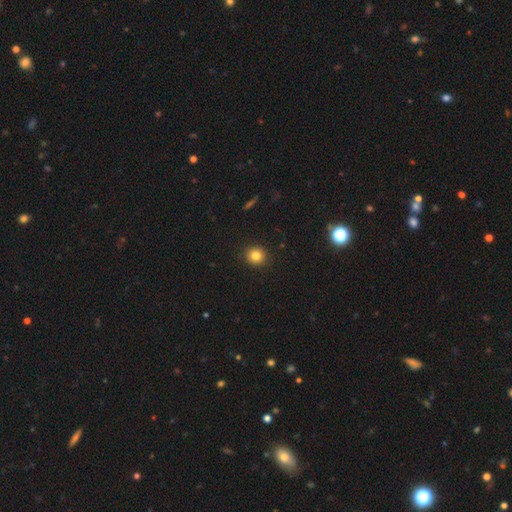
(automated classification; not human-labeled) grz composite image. It shows a smooth galaxy with no disk features (82%) that is round (91%). Merging: none (92%).